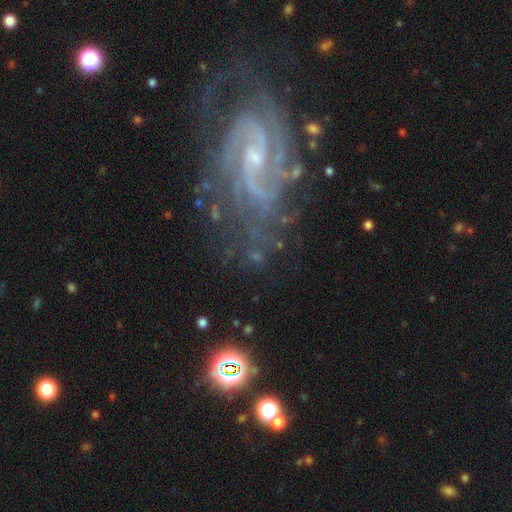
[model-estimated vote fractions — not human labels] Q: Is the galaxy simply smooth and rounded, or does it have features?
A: featured or disk — 60%.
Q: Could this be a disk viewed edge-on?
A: no — 95%.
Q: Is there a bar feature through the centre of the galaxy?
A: no — 56%.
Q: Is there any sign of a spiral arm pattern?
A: yes — 65%.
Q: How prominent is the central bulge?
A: small — 49%.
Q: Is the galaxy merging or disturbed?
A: none — 50%.